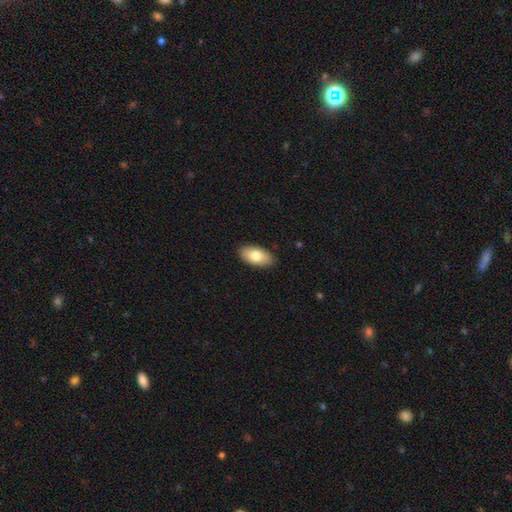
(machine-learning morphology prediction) Smooth or featured? smooth (78%)
How rounded? in between (94%)
Merging? none (89%)